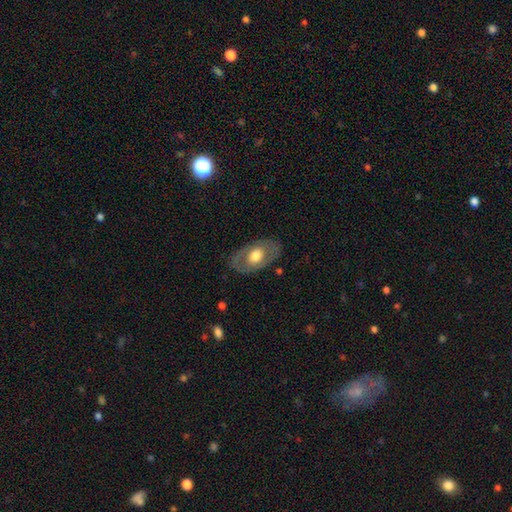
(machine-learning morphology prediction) Smooth or featured? Predicted: smooth (p=0.47, tied with featured or disk). Merging? Predicted: none (p=0.79).